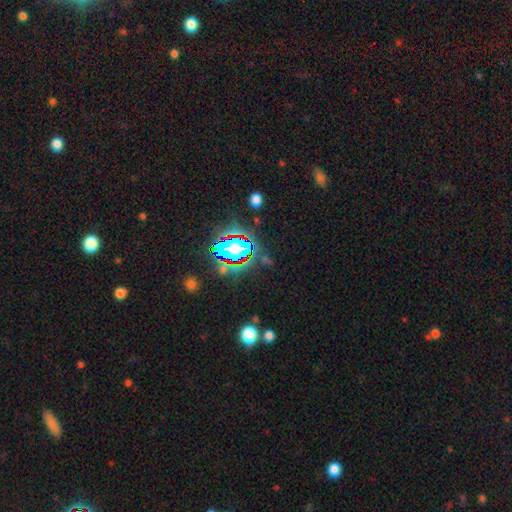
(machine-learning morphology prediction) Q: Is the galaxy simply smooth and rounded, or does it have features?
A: star or artifact — 80%.